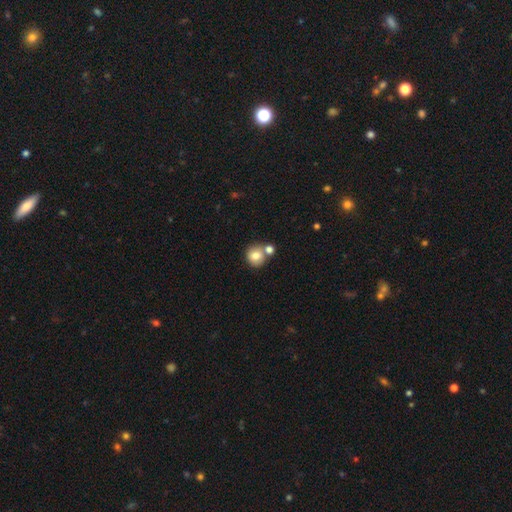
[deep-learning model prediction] smooth_or_featured: smooth (p=0.80) [alt: featured or disk p=0.11]
how_rounded: round (p=0.89) [alt: in between p=0.10]
merging: none (p=0.56) [alt: merger p=0.31]